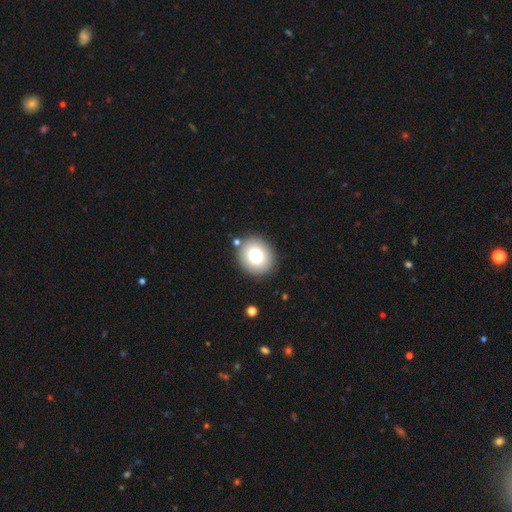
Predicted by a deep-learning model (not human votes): This appears to be a smooth galaxy with no disk features (77%) that is round (73%). Merging: none (87%).